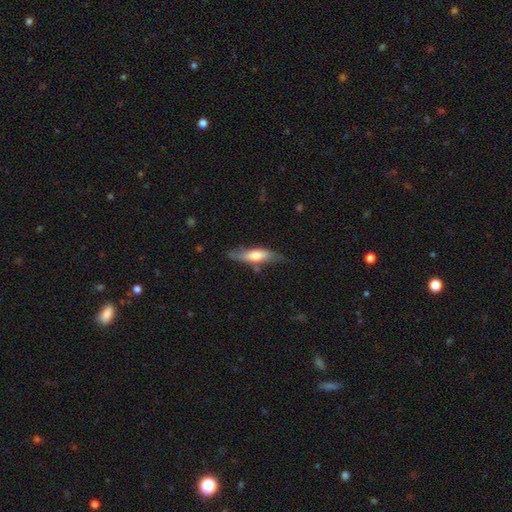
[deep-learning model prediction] Smooth or featured?
  - smooth: 54% *
  - featured or disk: 40%
  - star or artifact: 6%
How rounded?
  - cigar-shaped: 56% *
  - in between: 41%
  - round: 2%
Merging?
  - none: 65% *
  - minor disturbance: 26%
  - major disturbance: 6%
  - merger: 3%